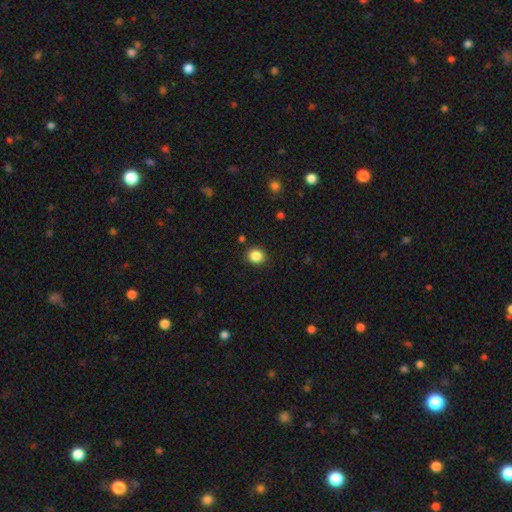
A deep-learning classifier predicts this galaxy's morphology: smooth_or_featured: smooth (p=0.86) [alt: star or artifact p=0.10]
how_rounded: round (p=0.82) [alt: in between p=0.17]
merging: none (p=0.89) [alt: minor disturbance p=0.07]